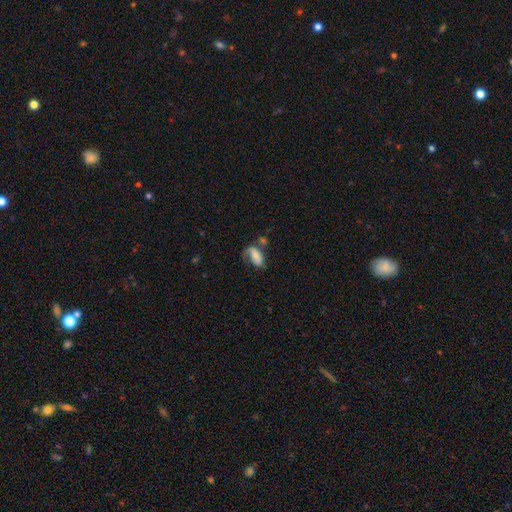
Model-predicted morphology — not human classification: smooth_or_featured: smooth (p=0.53) [alt: featured or disk p=0.38]
how_rounded: in between (p=0.90) [alt: round p=0.06]
merging: none (p=0.35) [alt: minor disturbance p=0.25]